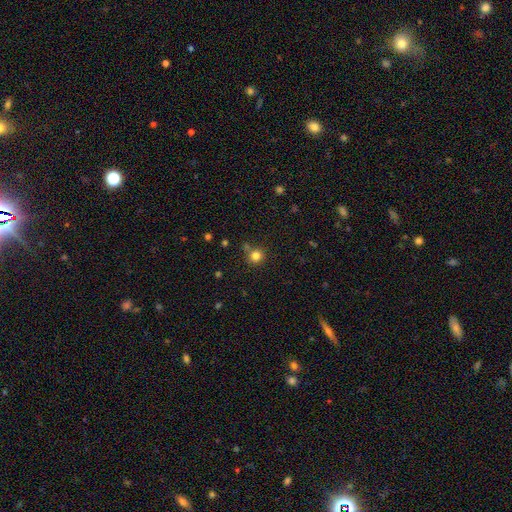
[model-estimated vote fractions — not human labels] smooth 81%, star or artifact 13%, featured or disk 6%. Down the decision tree: how rounded — round (90%); merging — none (73%).